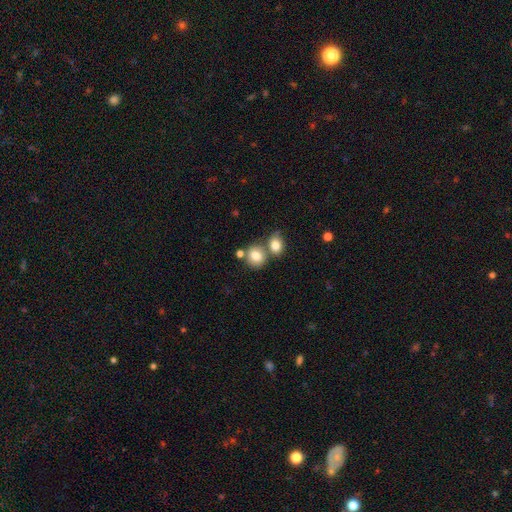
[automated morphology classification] smooth 80%, featured or disk 11%, star or artifact 10%. Down the decision tree: how rounded — round (72%); merging — none (50%).